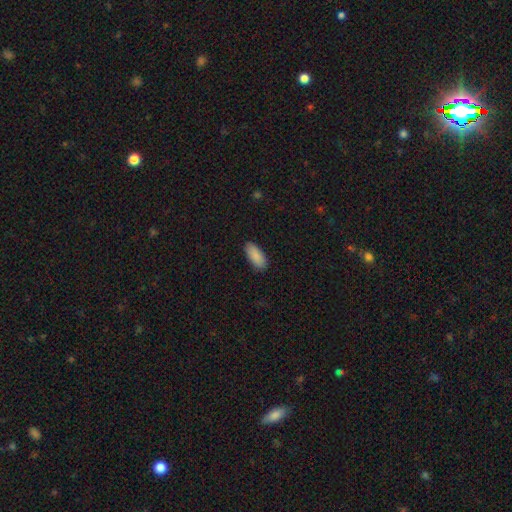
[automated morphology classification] Smooth or featured: smooth — 90% (star or artifact — 6%)
How rounded: in between — 87% (cigar-shaped — 11%)
Merging: none — 89% (minor disturbance — 9%)